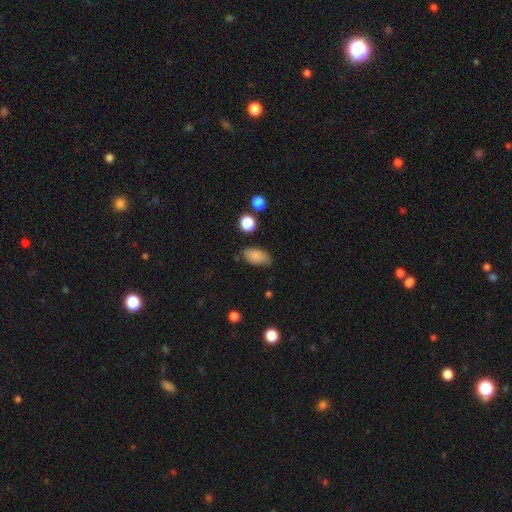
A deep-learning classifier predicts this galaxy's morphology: type=smooth (85%); roundness=in between (92%); merging=none (79%).